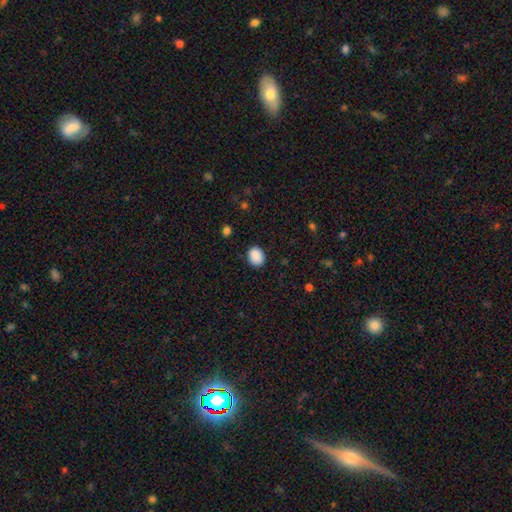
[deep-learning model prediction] A smooth galaxy with no disk features (89%) that is round (51%).

Vote fractions:
- Smooth or featured? smooth: 89% / star or artifact: 8% / featured or disk: 3%
- How rounded? round: 51% / in between: 48% / cigar-shaped: 1%
- Merging? none: 86% / minor disturbance: 11% / major disturbance: 3% / merger: 1%